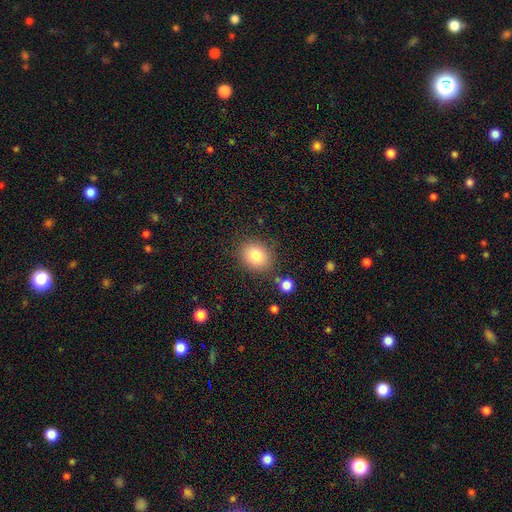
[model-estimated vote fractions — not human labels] smooth_or_featured: smooth (p=0.82) [alt: star or artifact p=0.10]
how_rounded: round (p=0.67) [alt: in between p=0.32]
merging: none (p=0.83) [alt: minor disturbance p=0.10]